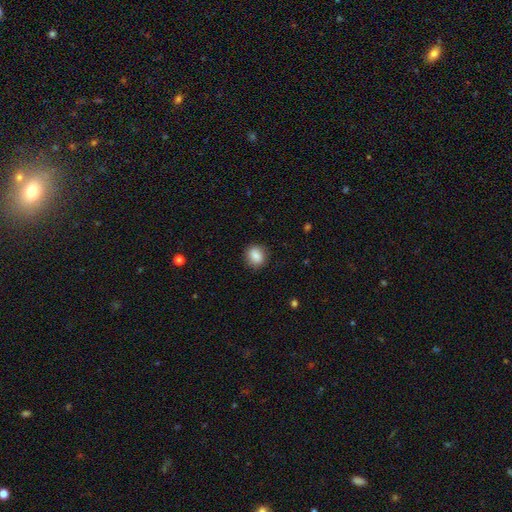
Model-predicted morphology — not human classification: The model was most divided on "how rounded": round: 67%, in between: 32%, cigar-shaped: 1%. More confident: smooth or featured — smooth (88%); merging — none (87%).